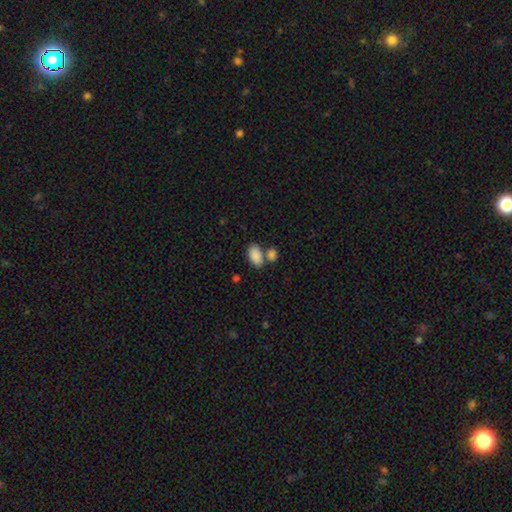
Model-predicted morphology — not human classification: A smooth galaxy with no disk features (88%) that is in between round and cigar-shaped (93%). Merging: none (53%).